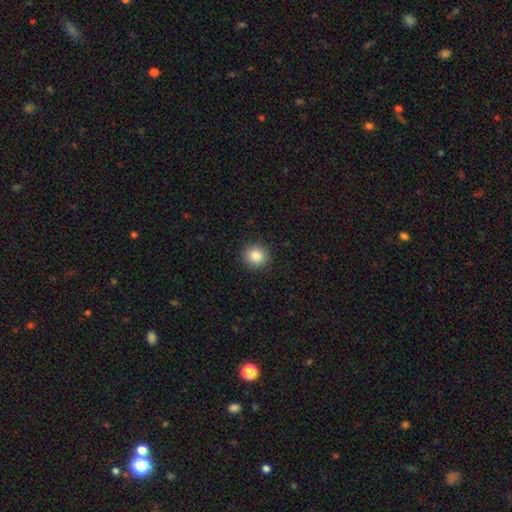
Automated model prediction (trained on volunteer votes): Smooth or featured? smooth (86%)
How rounded? round (89%)
Merging? none (91%)